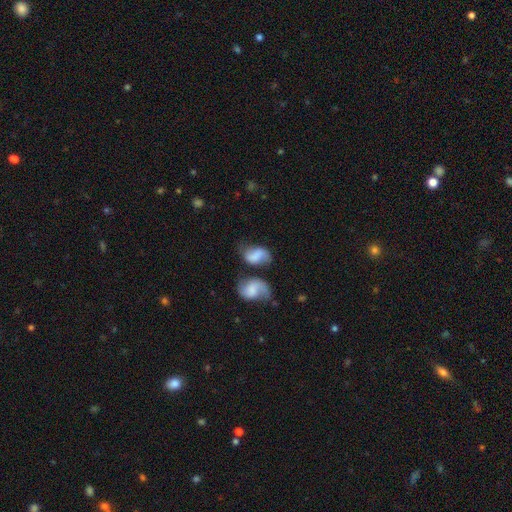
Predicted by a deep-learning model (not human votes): Smooth or featured? smooth (53%)
How rounded? in between (83%)
Merging? none (35%)